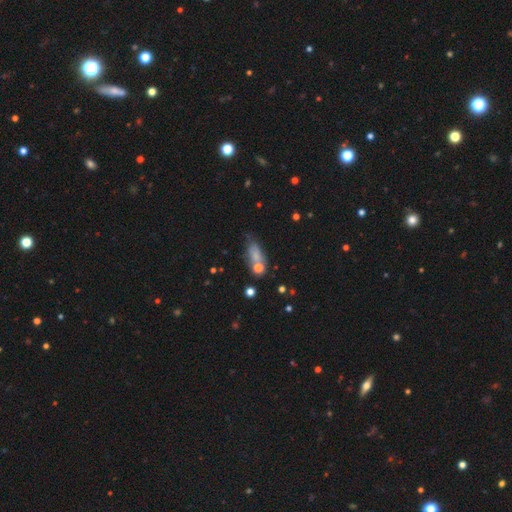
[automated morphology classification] type=smooth (71%); roundness=in between (76%); merging=none (47%).